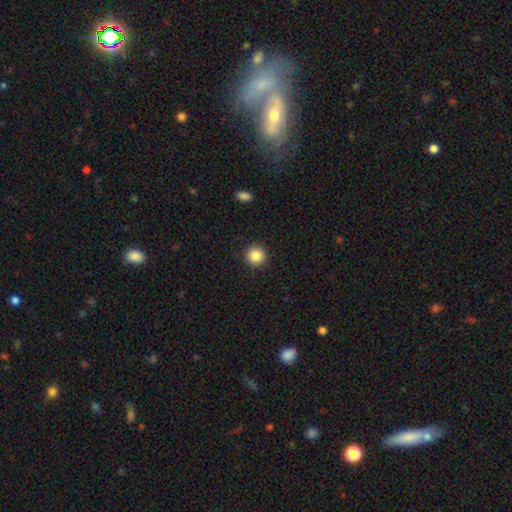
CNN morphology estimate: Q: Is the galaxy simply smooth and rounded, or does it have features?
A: smooth — 86%.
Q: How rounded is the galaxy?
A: round — 95%.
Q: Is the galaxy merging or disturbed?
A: none — 92%.